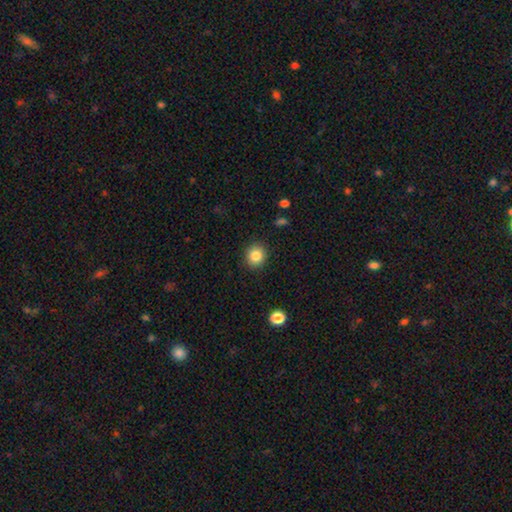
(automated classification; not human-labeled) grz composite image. It shows a smooth galaxy with no disk features (84%) that is round (82%). Merging: none (90%).